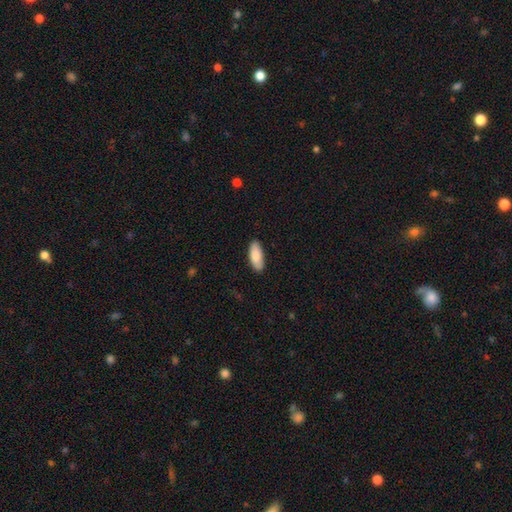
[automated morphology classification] This is clearly a smooth galaxy (85%). How rounded: clearly in between (81%). Merging: clearly none (87%).